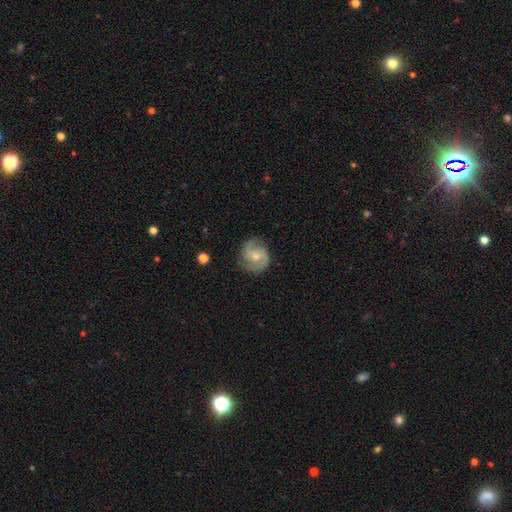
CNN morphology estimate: featured or disk 84%, smooth 11%, star or artifact 5%. Down the decision tree: edge-on disk — no (98%); bar — no (56%); spiral arms — yes (97%); spiral arm count — 2 (84%); spiral winding — medium (53%); bulge size — small (50%); merging — none (79%).